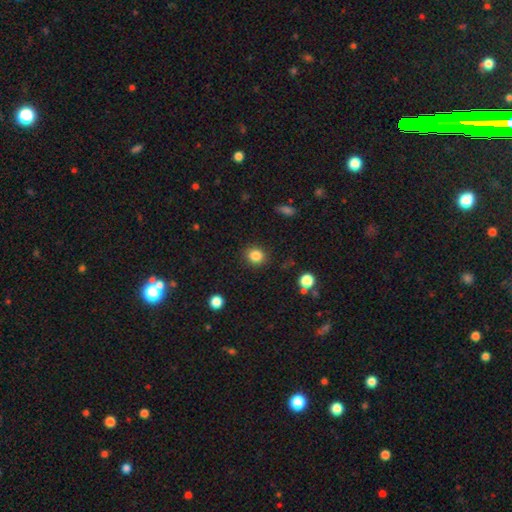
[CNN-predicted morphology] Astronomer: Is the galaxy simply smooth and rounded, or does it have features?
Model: smooth — 85%.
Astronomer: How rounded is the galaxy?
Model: round — 81%.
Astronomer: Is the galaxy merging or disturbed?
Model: none — 87%.